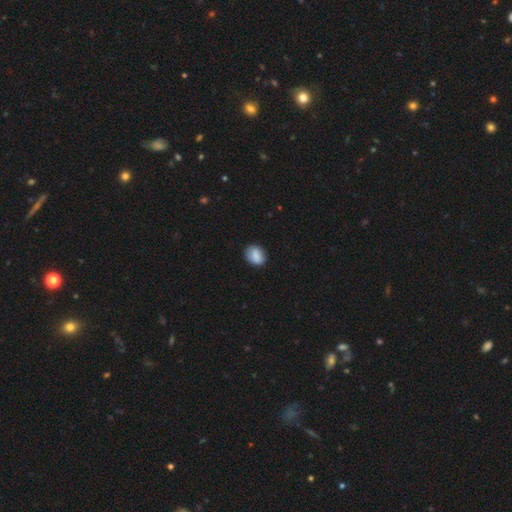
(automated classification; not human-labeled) smooth 85%, featured or disk 8%, star or artifact 7%. Down the decision tree: how rounded — in between (59%); merging — none (84%).